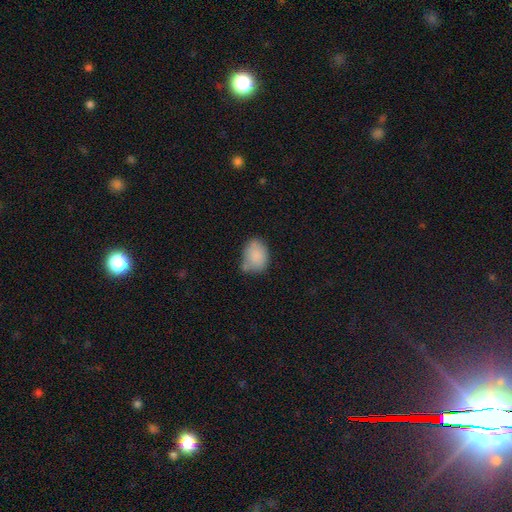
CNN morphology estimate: Q: Smooth or featured?
A: smooth (85%); runner-up: featured or disk (8%)
Q: How rounded?
A: in between (69%); runner-up: round (30%)
Q: Merging?
A: none (51%); runner-up: minor disturbance (31%)